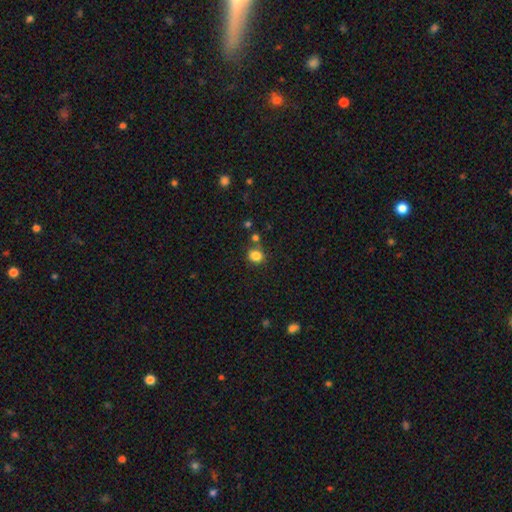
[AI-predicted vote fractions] Morphology: type=smooth (83%); roundness=round (70%); merging=none (76%).